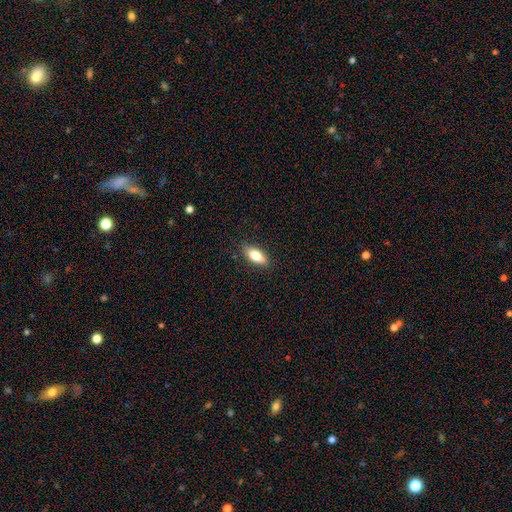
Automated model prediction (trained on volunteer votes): This is likely a smooth galaxy (74%). How rounded: likely in between (74%). Merging: clearly none (85%).